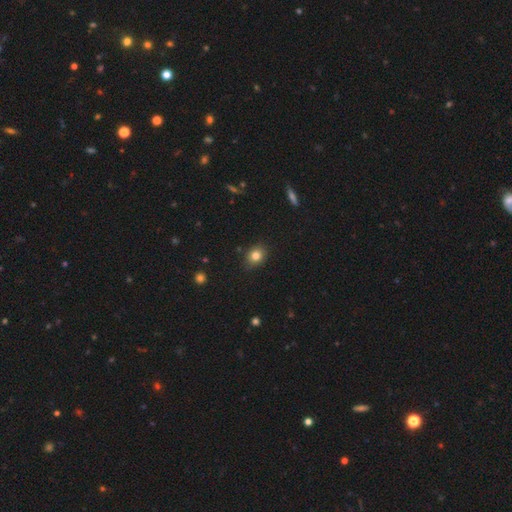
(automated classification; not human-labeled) Smooth or featured?
  - smooth: 81% *
  - star or artifact: 11%
  - featured or disk: 8%
How rounded?
  - round: 53% *
  - in between: 46%
  - cigar-shaped: 1%
Merging?
  - none: 84% *
  - minor disturbance: 12%
  - major disturbance: 2%
  - merger: 1%